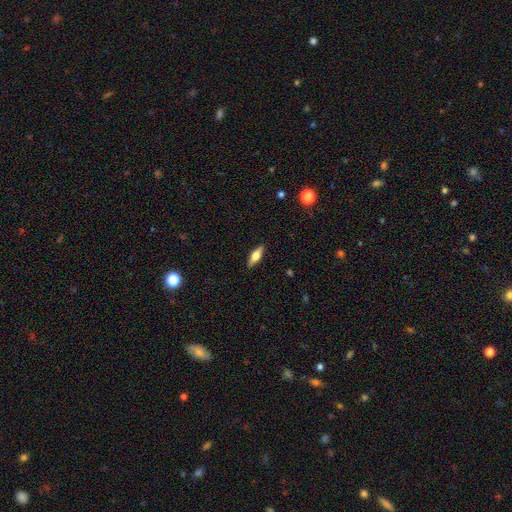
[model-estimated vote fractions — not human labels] smooth 51%, featured or disk 42%, star or artifact 7%. Down the decision tree: how rounded — in between (55%); merging — none (88%).